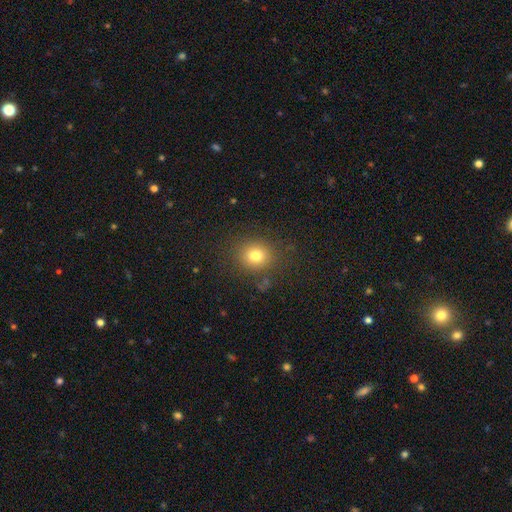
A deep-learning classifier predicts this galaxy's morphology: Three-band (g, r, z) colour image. It shows a smooth galaxy with no disk features (77%) that is round (80%). Merging: none (84%).